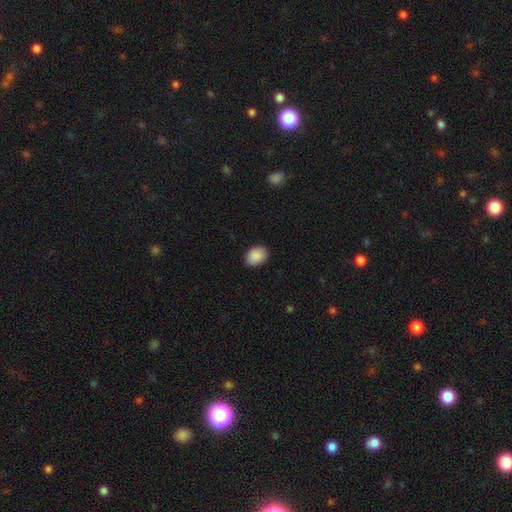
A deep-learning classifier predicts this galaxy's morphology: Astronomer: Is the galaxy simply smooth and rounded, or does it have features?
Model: smooth — 90%.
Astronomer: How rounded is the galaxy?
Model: in between — 71%.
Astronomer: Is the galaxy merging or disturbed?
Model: none — 88%.